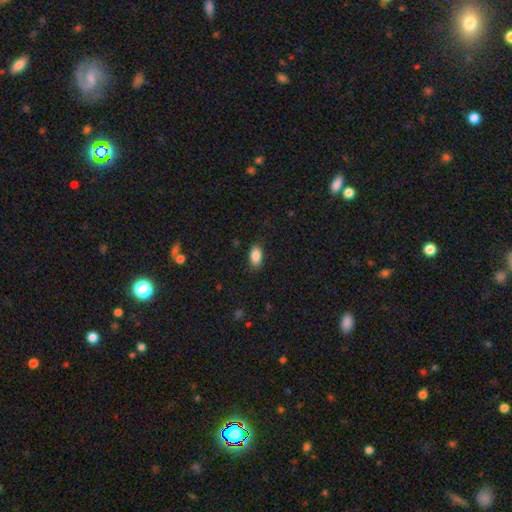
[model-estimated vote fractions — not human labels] Smooth or featured? smooth (88%)
How rounded? in between (92%)
Merging? none (85%)